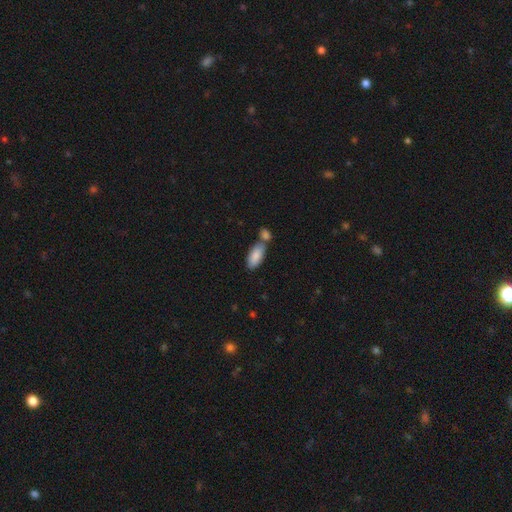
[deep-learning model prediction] Smooth or featured: smooth — 86% (featured or disk — 8%)
How rounded: in between — 87% (cigar-shaped — 11%)
Merging: none — 52% (merger — 32%)